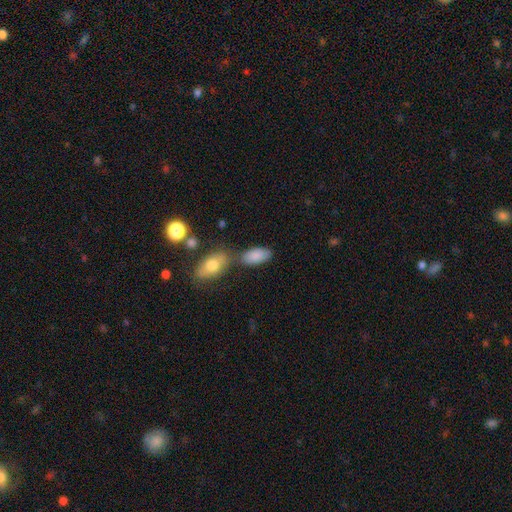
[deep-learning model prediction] Morphology: type=smooth (85%); roundness=in between (91%); merging=none (60%).